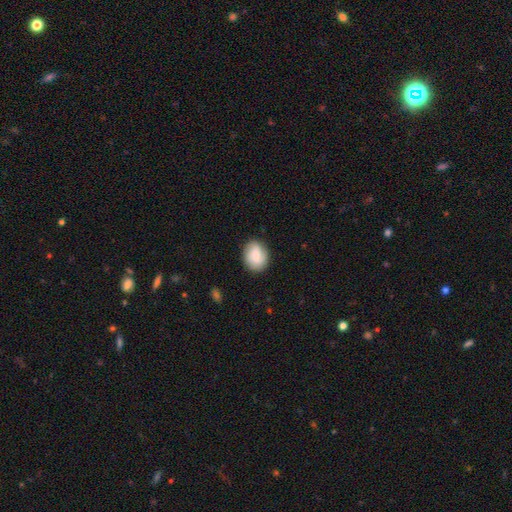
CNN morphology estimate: type=smooth (77%); roundness=in between (56%); merging=none (83%).